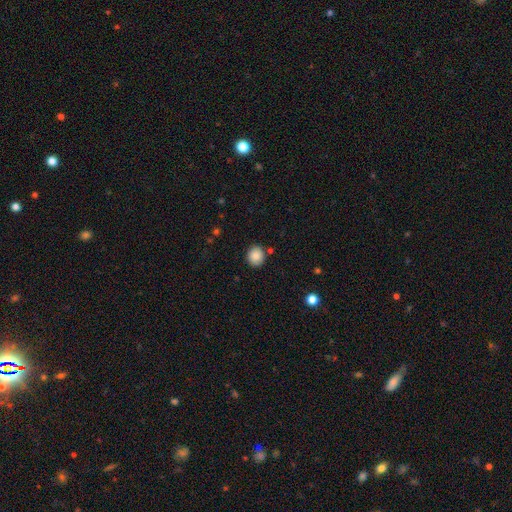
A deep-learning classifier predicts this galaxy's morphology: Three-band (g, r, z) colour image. It shows a smooth galaxy with no disk features (87%) that is round (74%). Merging: none (85%).